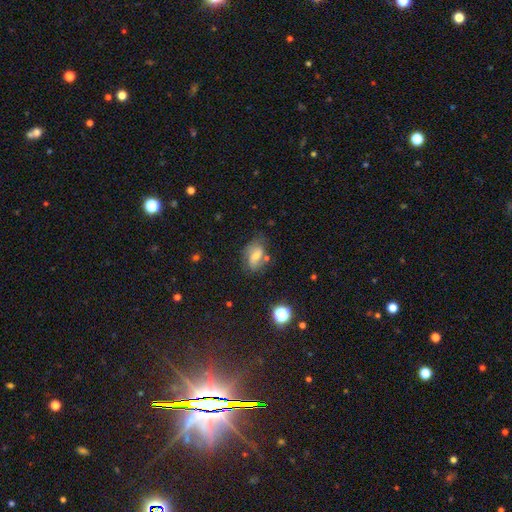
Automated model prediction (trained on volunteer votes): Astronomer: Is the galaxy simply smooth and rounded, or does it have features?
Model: smooth — 58%.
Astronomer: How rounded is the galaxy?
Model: in between — 82%.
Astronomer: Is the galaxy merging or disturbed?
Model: none — 54%.